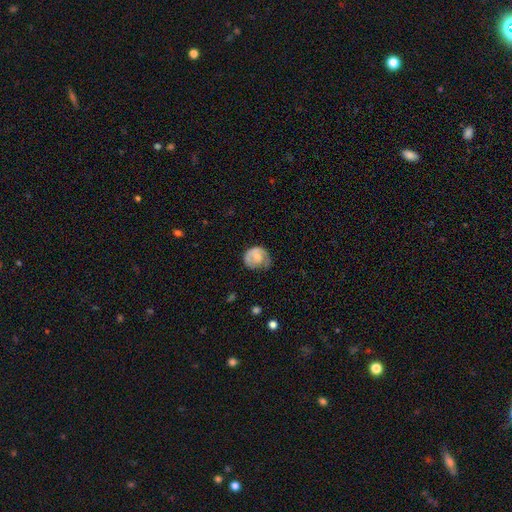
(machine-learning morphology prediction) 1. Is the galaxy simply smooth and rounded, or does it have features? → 53% smooth, 40% featured or disk, 7% star or artifact.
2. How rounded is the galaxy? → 71% round, 28% in between, 1% cigar-shaped.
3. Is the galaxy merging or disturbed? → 42% none, 31% minor disturbance, 25% major disturbance, 2% merger.